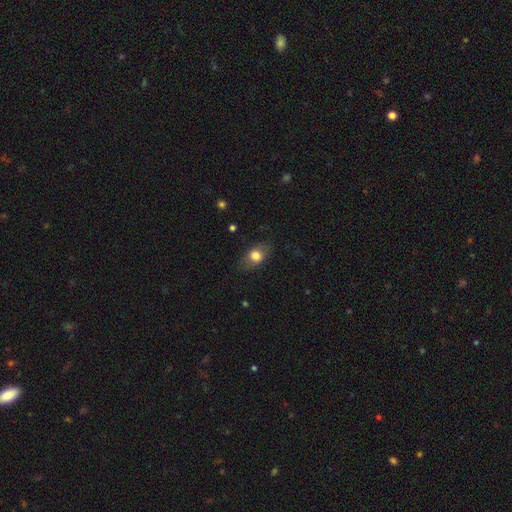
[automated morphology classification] Smooth or featured?
  - smooth: 72% *
  - featured or disk: 20%
  - star or artifact: 8%
How rounded?
  - in between: 80% *
  - round: 16%
  - cigar-shaped: 4%
Merging?
  - none: 77% *
  - minor disturbance: 16%
  - major disturbance: 5%
  - merger: 1%